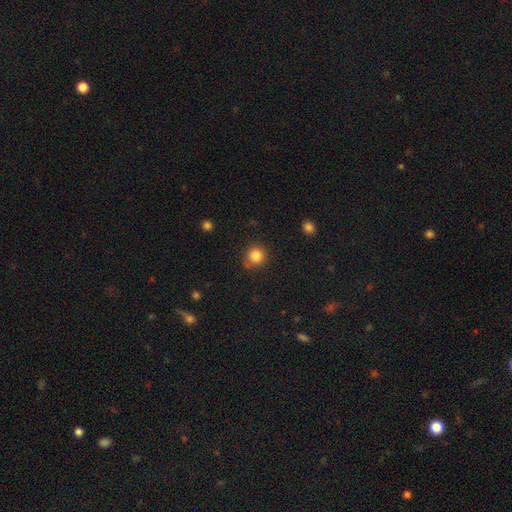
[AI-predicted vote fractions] A smooth galaxy with no disk features (84%) that is round (90%). Merging: none (82%).